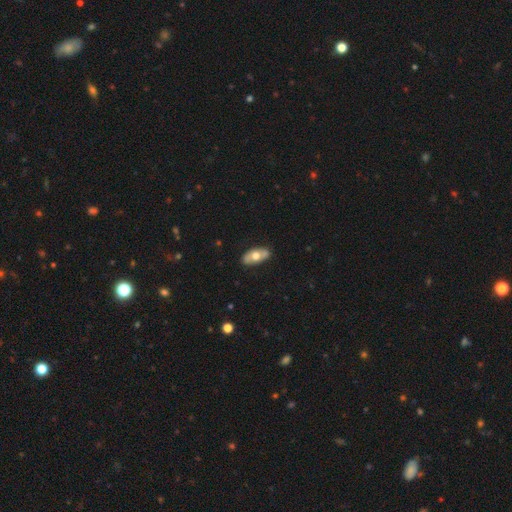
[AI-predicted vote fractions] The model was most divided on "smooth or featured": smooth: 58%, featured or disk: 37%, star or artifact: 6%. More confident: how rounded — in between (89%); merging — none (83%).